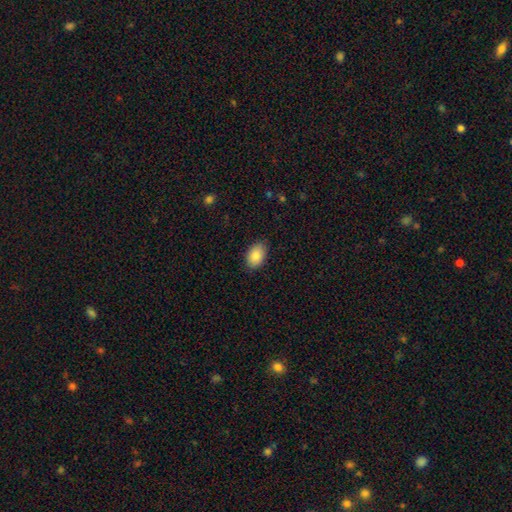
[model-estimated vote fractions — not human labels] The model was most divided on "merging": none: 87%, minor disturbance: 10%, major disturbance: 2%, merger: 1%. More confident: how rounded — in between (88%); smooth or featured — smooth (87%).